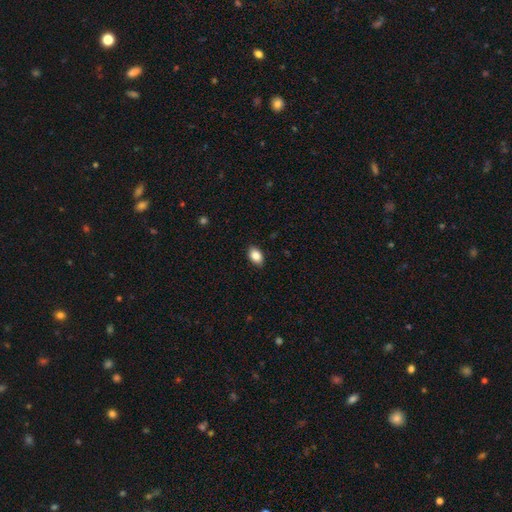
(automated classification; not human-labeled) smooth-or-featured: smooth: 86% | star or artifact: 8% | featured or disk: 6%
  how-rounded: in between: 88% | round: 10% | cigar-shaped: 2%
  merging: none: 88% | minor disturbance: 9% | major disturbance: 2% | merger: 1%